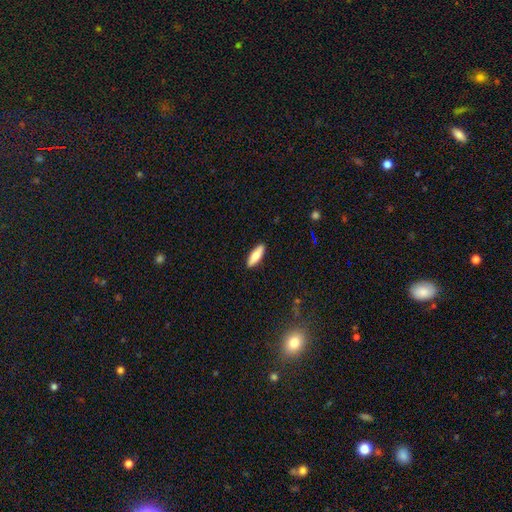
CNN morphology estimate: A smooth galaxy with no disk features (74%) that is in between round and cigar-shaped (53%). Merging: none (90%).